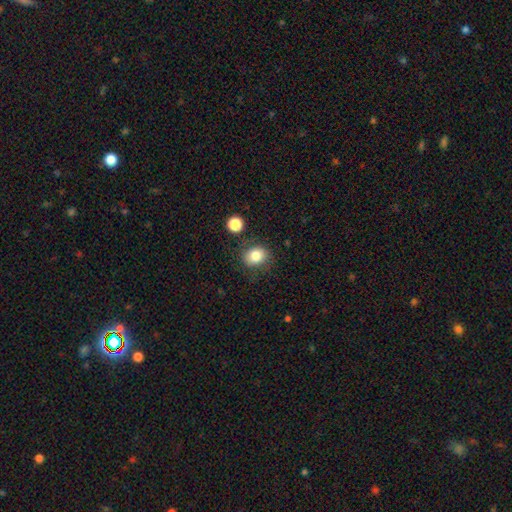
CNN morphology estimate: Smooth or featured?
  - smooth: 82% *
  - star or artifact: 10%
  - featured or disk: 8%
How rounded?
  - round: 60% *
  - in between: 39%
  - cigar-shaped: 1%
Merging?
  - none: 78% *
  - minor disturbance: 14%
  - major disturbance: 4%
  - merger: 4%